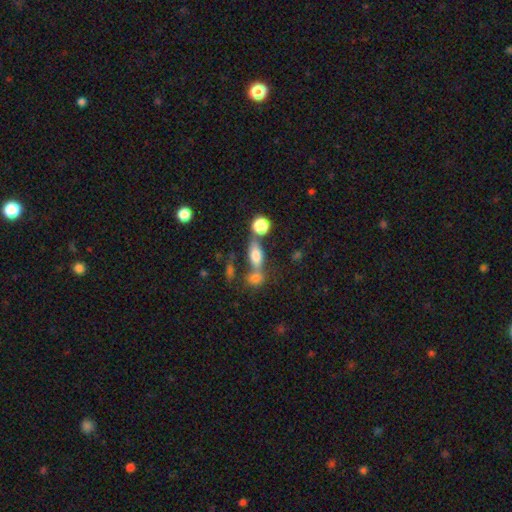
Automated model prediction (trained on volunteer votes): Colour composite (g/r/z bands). It shows a smooth galaxy with no disk features (68%) that is in between round and cigar-shaped (67%). Merging: none (49%).